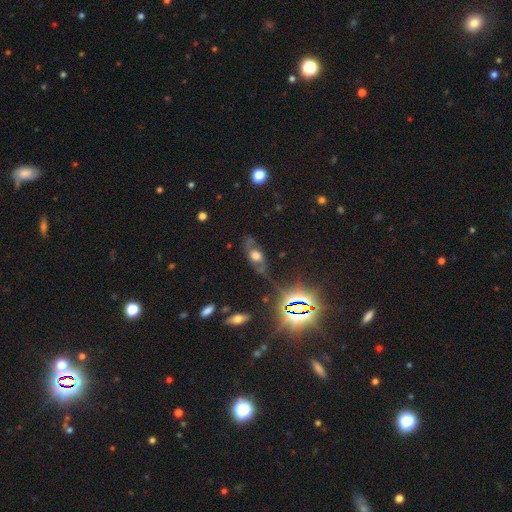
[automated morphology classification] Overall: featured or disk (42%; smooth 35%). Merging: none (59%; minor disturbance 21%).